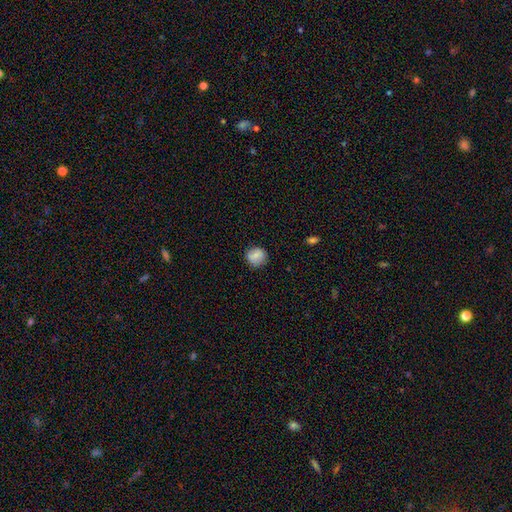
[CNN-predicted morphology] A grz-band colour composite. It shows a smooth galaxy with no disk features (80%) that is round (84%). Merging: none (83%).